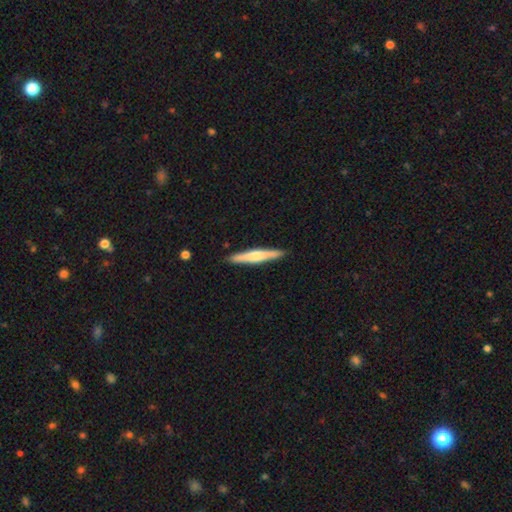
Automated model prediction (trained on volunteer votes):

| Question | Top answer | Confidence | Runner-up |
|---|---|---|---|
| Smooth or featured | featured or disk | 49% | smooth (46%) |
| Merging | none | 91% | minor disturbance (7%) |